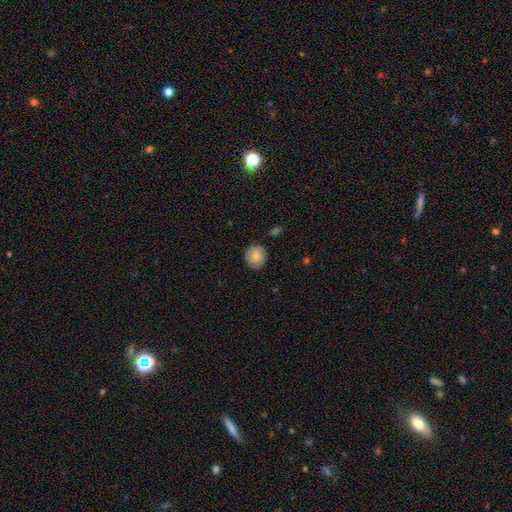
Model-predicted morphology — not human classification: A smooth galaxy with no disk features (79%) that is round (90%). Merging: none (83%).